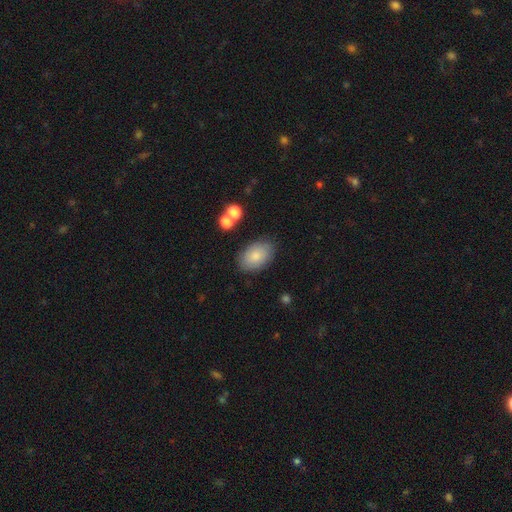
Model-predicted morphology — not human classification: type=smooth (77%); roundness=in between (90%); merging=none (81%).